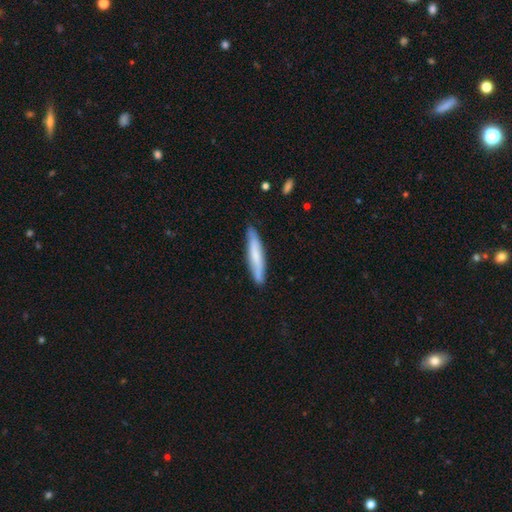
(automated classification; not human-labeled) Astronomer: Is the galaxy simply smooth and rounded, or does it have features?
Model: smooth — 64%.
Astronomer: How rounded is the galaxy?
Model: cigar-shaped — 90%.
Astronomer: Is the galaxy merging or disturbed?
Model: none — 84%.